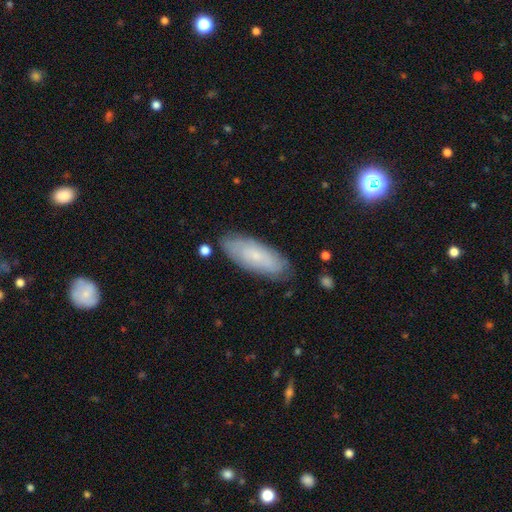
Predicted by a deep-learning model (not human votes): This is possibly a smooth galaxy (58%). How rounded: likely in between (75%). Merging: clearly none (81%).